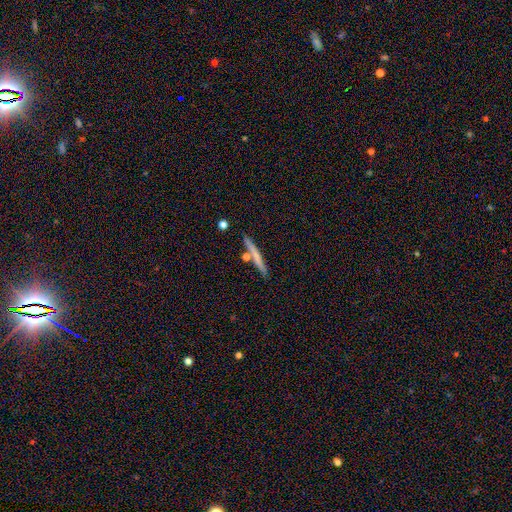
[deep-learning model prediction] smooth_or_featured: smooth (p=0.61) [alt: featured or disk p=0.32]
how_rounded: cigar-shaped (p=0.94) [alt: in between p=0.03]
merging: none (p=0.82) [alt: minor disturbance p=0.09]